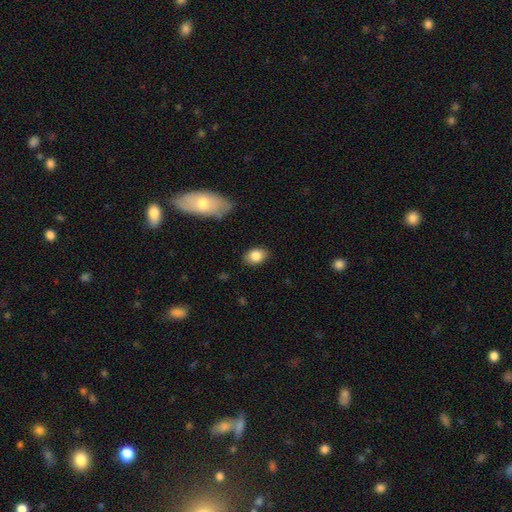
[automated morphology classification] Q: Smooth or featured?
A: smooth (84%); runner-up: featured or disk (9%)
Q: How rounded?
A: in between (81%); runner-up: round (17%)
Q: Merging?
A: none (84%); runner-up: minor disturbance (12%)